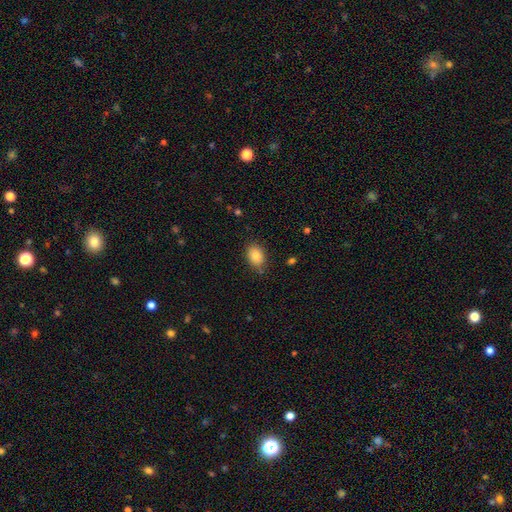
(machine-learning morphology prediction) smooth_or_featured: smooth (p=0.85) [alt: star or artifact p=0.08]
how_rounded: in between (p=0.76) [alt: round p=0.23]
merging: none (p=0.80) [alt: minor disturbance p=0.15]